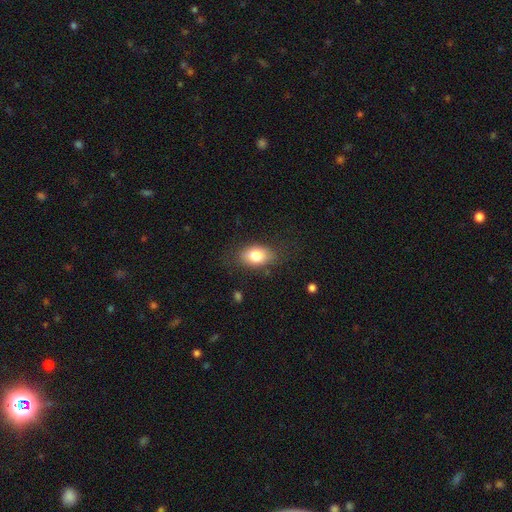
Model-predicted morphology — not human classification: type=smooth (79%); roundness=in between (85%); merging=none (76%).